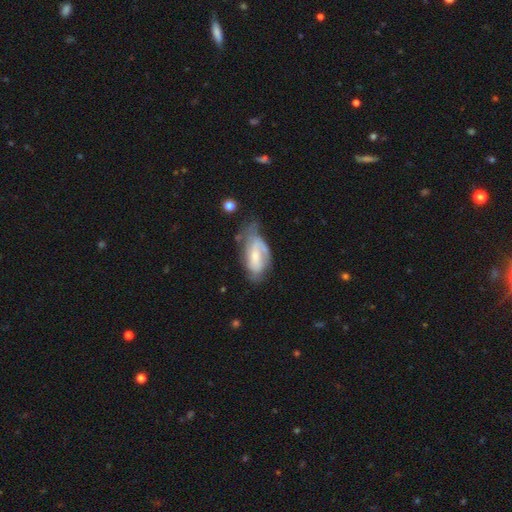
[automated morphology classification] Q: Smooth or featured?
A: featured or disk (64%); runner-up: smooth (30%)
Q: Edge-on disk?
A: no (94%); runner-up: yes (6%)
Q: Bar?
A: no (50%); runner-up: weak (39%)
Q: Spiral arms?
A: yes (82%); runner-up: no (18%)
Q: Bulge size?
A: small (46%); runner-up: moderate (36%)
Q: Merging?
A: none (38%); runner-up: minor disturbance (33%)